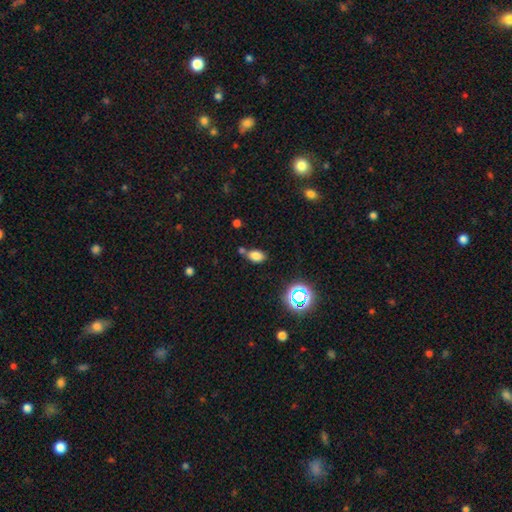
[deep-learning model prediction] Smooth or featured? Predicted: smooth (p=0.77). How rounded? Predicted: in between (p=0.84). Merging? Predicted: none (p=0.60).